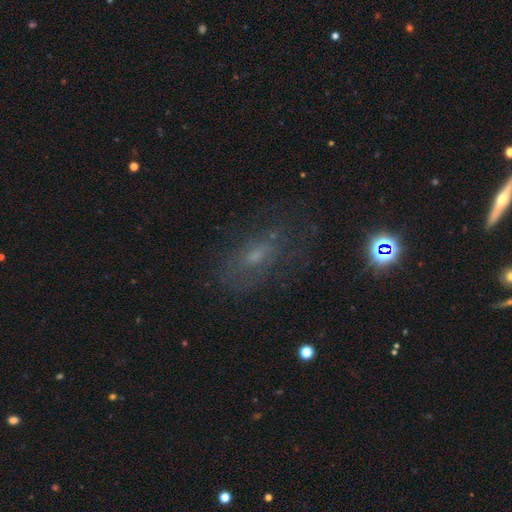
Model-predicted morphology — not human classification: This appears to be a featured or disk galaxy (42%). Merging: none (61%).